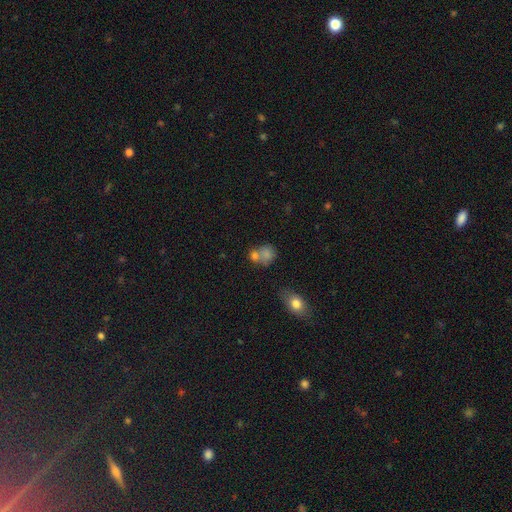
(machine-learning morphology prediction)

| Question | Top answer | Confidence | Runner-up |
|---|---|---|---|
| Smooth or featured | smooth | 75% | featured or disk (13%) |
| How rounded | round | 67% | in between (32%) |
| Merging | merger | 51% | none (35%) |